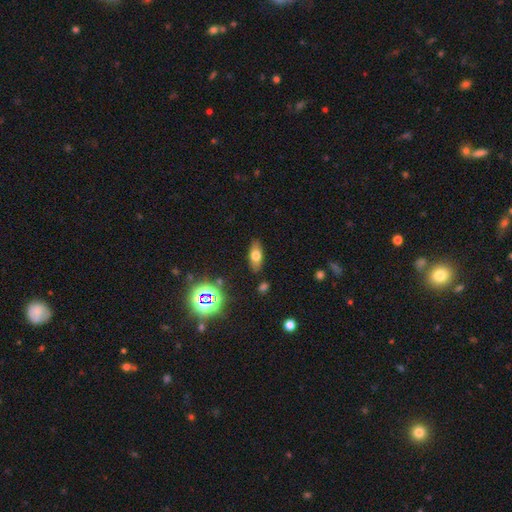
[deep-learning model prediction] This appears to be a smooth galaxy with no disk features (66%) that is in between round and cigar-shaped (79%). Merging: none (85%).